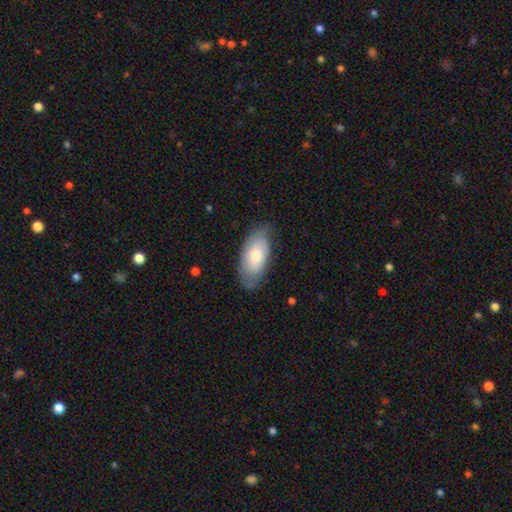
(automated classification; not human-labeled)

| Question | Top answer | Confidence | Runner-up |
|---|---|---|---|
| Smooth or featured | smooth | 69% | featured or disk (25%) |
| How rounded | in between | 93% | cigar-shaped (4%) |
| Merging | none | 69% | minor disturbance (24%) |